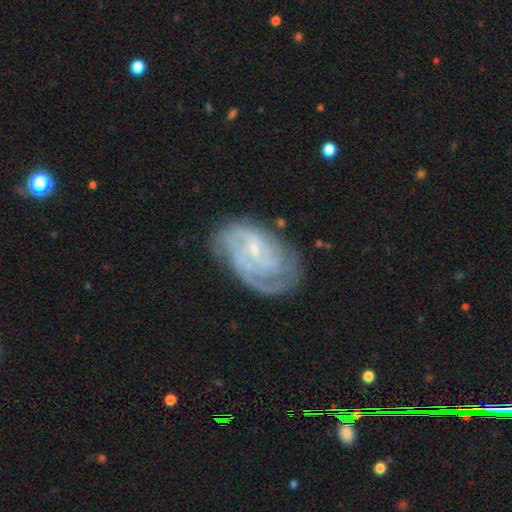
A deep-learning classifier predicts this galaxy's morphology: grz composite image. It shows a featured or disk galaxy (79%) with no bar (49%), tight (58%) spiral arms (93%) and a small central bulge (76%). Merging: none (63%).